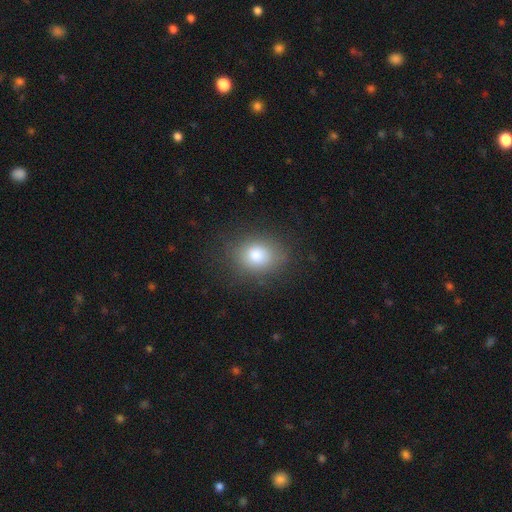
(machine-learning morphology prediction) This is likely a smooth galaxy (80%). How rounded: possibly in between (51%). Merging: clearly none (83%).